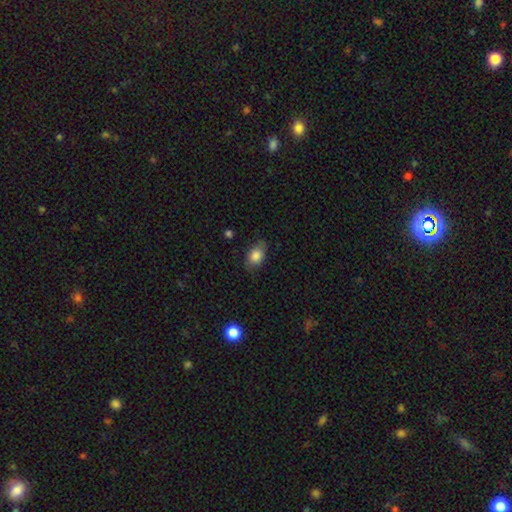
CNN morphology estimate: Smooth or featured: smooth — 81% (featured or disk — 11%)
How rounded: in between — 80% (round — 18%)
Merging: none — 72% (minor disturbance — 21%)